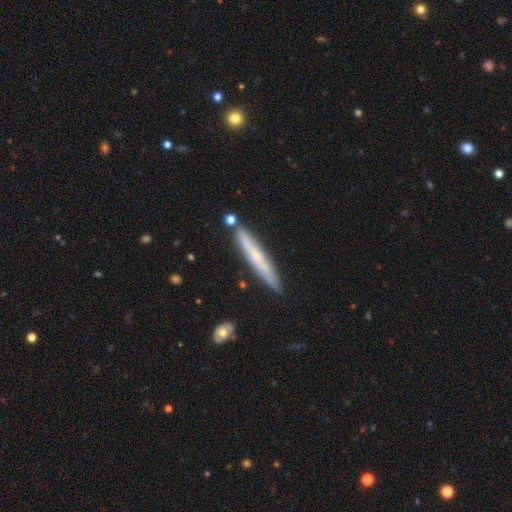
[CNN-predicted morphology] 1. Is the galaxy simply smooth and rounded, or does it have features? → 47% featured or disk (tied), 47% smooth (tied), 7% star or artifact.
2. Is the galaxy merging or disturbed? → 84% none, 11% minor disturbance, 4% merger, 2% major disturbance.